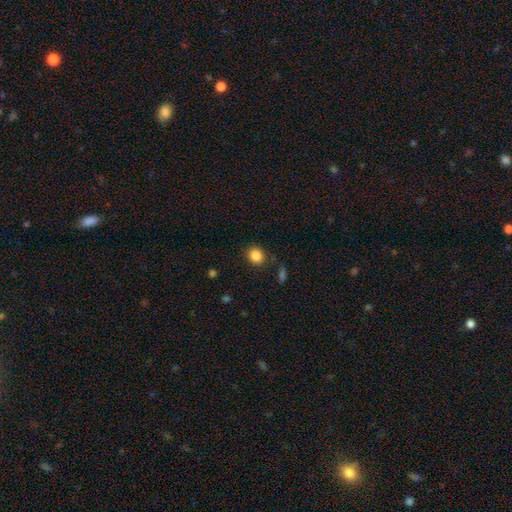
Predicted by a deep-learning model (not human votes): Smooth or featured? Predicted: smooth (p=0.86). How rounded? Predicted: round (p=0.77). Merging? Predicted: none (p=0.86).